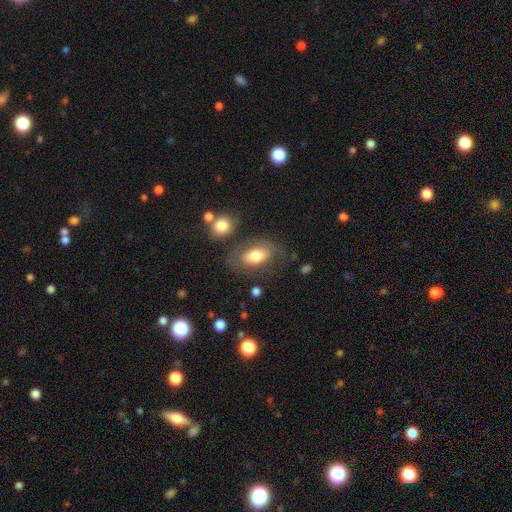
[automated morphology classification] The model was most divided on "smooth or featured": smooth: 64%, featured or disk: 28%, star or artifact: 7%. More confident: how rounded — in between (89%); merging — none (64%).